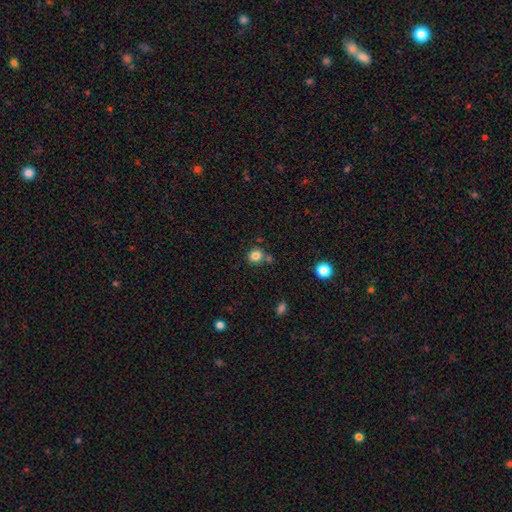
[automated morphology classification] Overall: smooth (83%). How rounded: round (84%). Merging: none (69%).